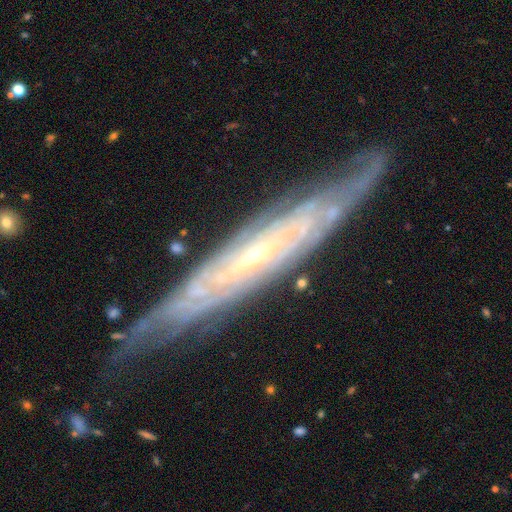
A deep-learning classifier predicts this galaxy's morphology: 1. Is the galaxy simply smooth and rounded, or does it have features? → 85% featured or disk, 9% smooth, 6% star or artifact.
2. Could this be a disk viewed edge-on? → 55% no, 45% yes.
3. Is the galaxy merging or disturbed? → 73% none, 19% minor disturbance, 6% major disturbance, 2% merger.